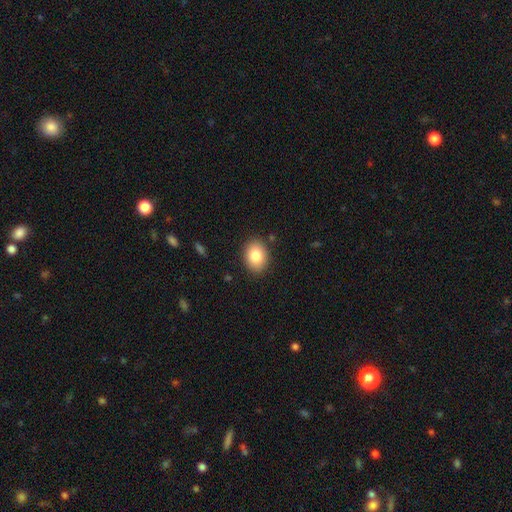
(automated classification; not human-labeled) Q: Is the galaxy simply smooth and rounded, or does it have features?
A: smooth — 84%.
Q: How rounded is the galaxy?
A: in between — 64%.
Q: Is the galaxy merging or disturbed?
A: none — 88%.